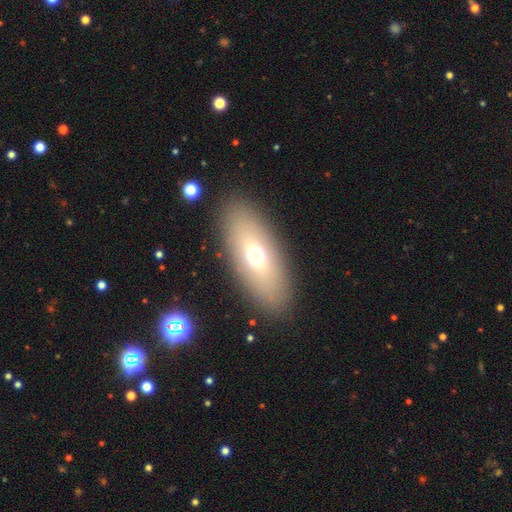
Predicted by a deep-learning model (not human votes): smooth 62%, featured or disk 27%, star or artifact 11%. Down the decision tree: how rounded — in between (78%); merging — none (87%).